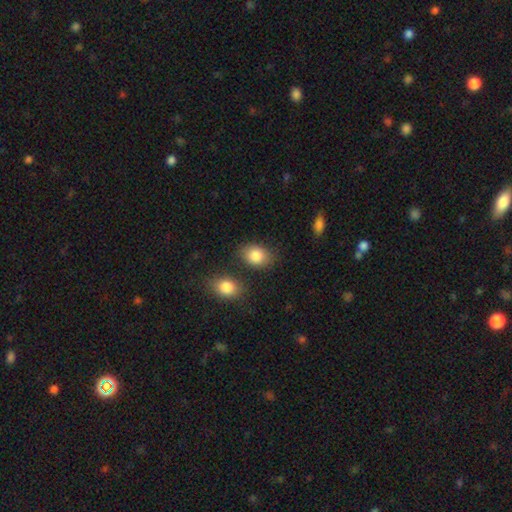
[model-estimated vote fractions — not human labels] This is clearly a smooth galaxy (86%). How rounded: likely in between (70%). Merging: likely none (76%).